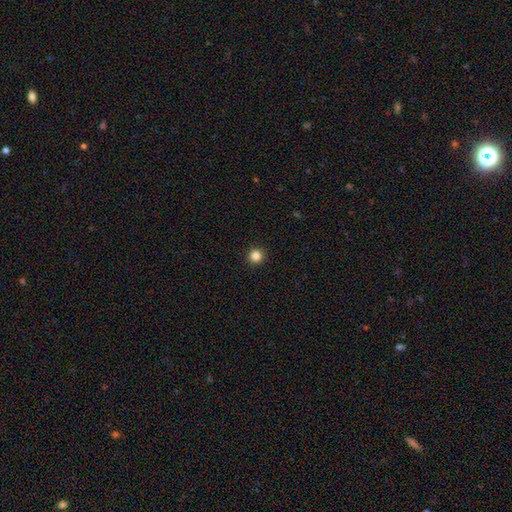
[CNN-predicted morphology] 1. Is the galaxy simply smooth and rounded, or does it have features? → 85% smooth, 12% star or artifact, 4% featured or disk.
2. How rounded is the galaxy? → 96% round, 3% in between, 1% cigar-shaped.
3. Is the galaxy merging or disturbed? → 94% none, 4% minor disturbance, 1% major disturbance, 1% merger.